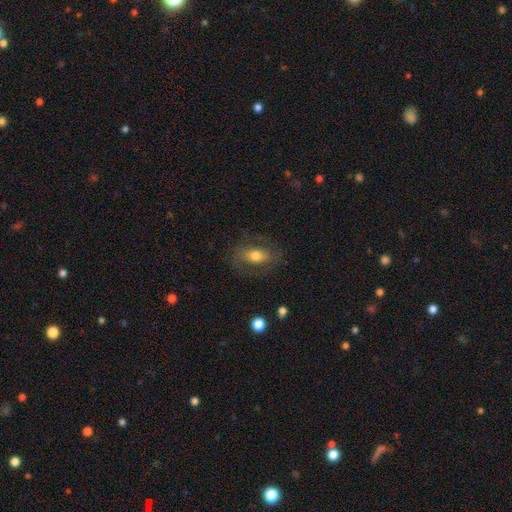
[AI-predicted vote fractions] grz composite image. It shows a smooth galaxy with no disk features (59%) that is in between round and cigar-shaped (82%). Merging: none (73%).